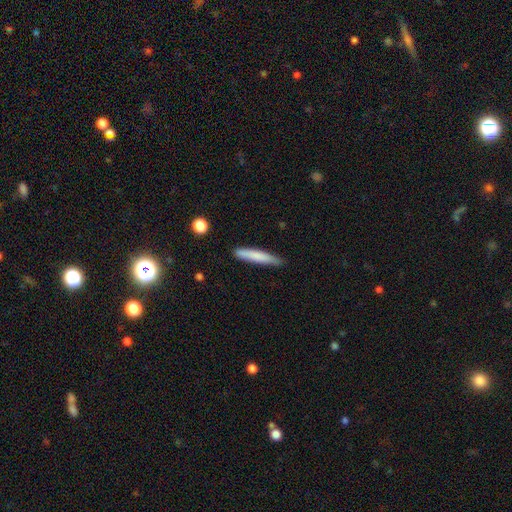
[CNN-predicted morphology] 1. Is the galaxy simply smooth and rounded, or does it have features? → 78% smooth, 17% featured or disk, 6% star or artifact.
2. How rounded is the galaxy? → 92% cigar-shaped, 7% in between, 1% round.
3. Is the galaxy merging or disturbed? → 80% none, 16% minor disturbance, 2% major disturbance, 2% merger.